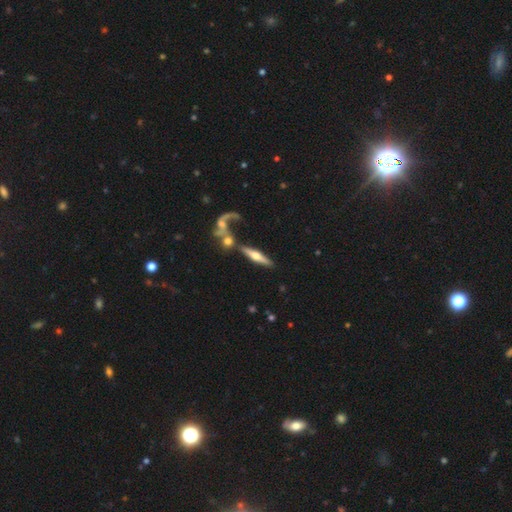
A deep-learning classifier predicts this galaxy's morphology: featured or disk 68%, smooth 26%, star or artifact 6%. Down the decision tree: edge-on disk — yes (91%); edge-on bulge — rounded (93%); merging — none (63%).